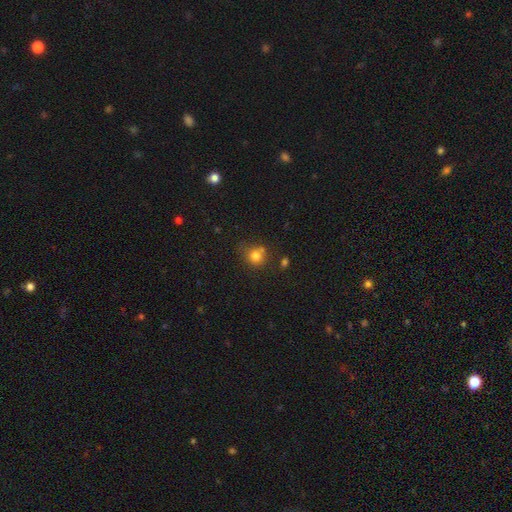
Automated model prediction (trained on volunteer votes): This appears to be a smooth galaxy with no disk features (79%) that is round (81%). Merging: none (59%).